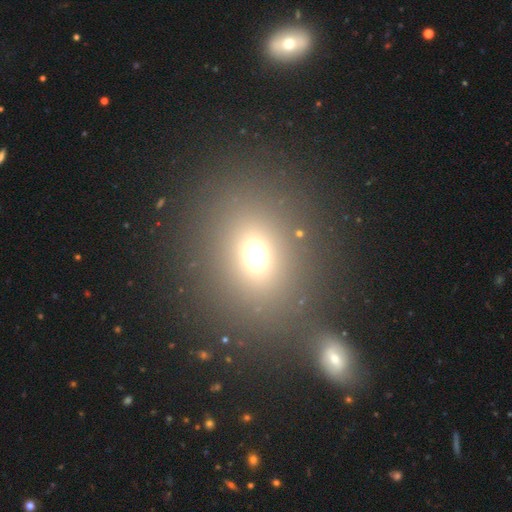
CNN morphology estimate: Smooth or featured: smooth — 67% (star or artifact — 24%)
How rounded: round — 57% (in between — 42%)
Merging: none — 78% (minor disturbance — 9%)